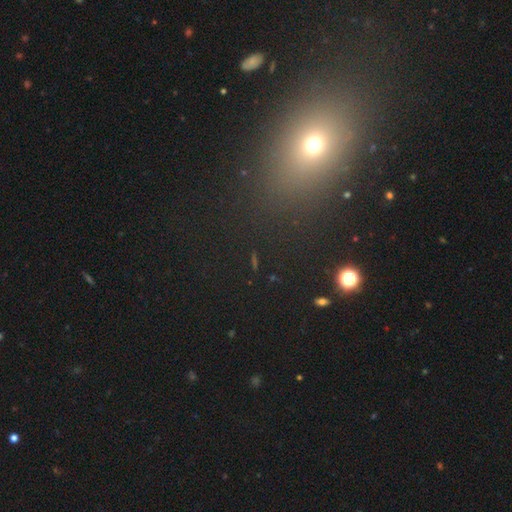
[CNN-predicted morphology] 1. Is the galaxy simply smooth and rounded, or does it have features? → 49% smooth, 40% star or artifact, 11% featured or disk.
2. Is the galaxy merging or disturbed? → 86% none, 7% minor disturbance, 4% major disturbance, 3% merger.